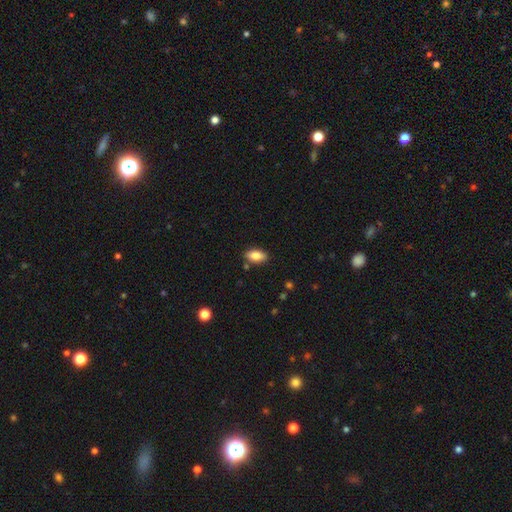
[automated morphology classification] Smooth or featured: smooth — 85% (star or artifact — 8%)
How rounded: in between — 92% (round — 4%)
Merging: none — 86% (minor disturbance — 10%)